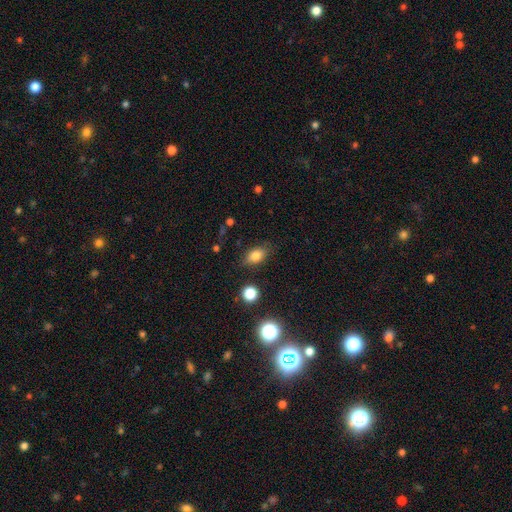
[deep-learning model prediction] Smooth or featured? Predicted: smooth (p=0.80). How rounded? Predicted: in between (p=0.81). Merging? Predicted: none (p=0.80).